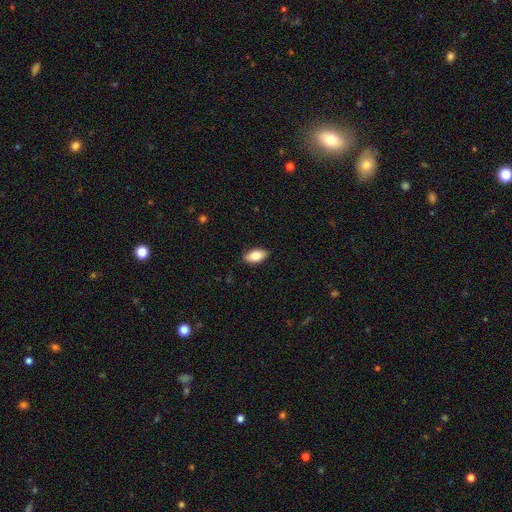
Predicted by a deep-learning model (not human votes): smooth-or-featured: smooth: 81% | featured or disk: 13% | star or artifact: 7%
  how-rounded: in between: 92% | cigar-shaped: 5% | round: 3%
  merging: none: 88% | minor disturbance: 10% | major disturbance: 2% | merger: 1%